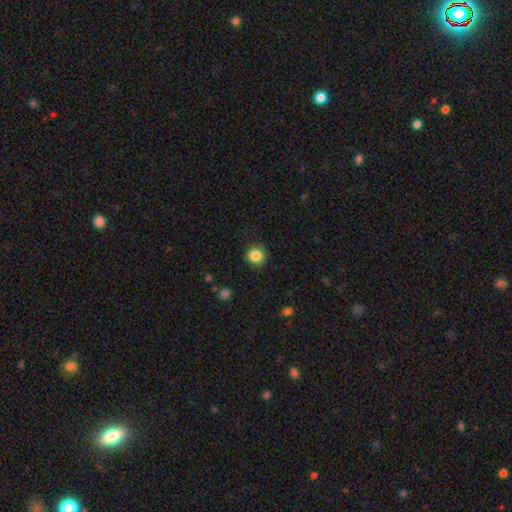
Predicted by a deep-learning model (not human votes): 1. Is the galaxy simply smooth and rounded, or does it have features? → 85% smooth, 10% star or artifact, 5% featured or disk.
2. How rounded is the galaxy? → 94% round, 5% in between, 1% cigar-shaped.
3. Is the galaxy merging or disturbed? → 89% none, 7% minor disturbance, 2% major disturbance, 1% merger.